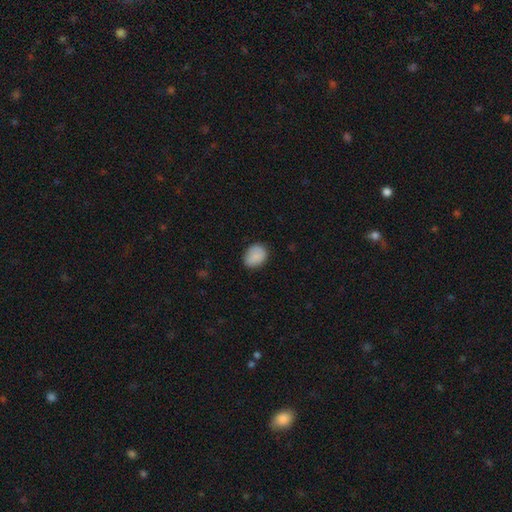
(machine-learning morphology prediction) smooth_or_featured: smooth (p=0.88) [alt: star or artifact p=0.07]
how_rounded: in between (p=0.56) [alt: round p=0.43]
merging: none (p=0.81) [alt: minor disturbance p=0.15]